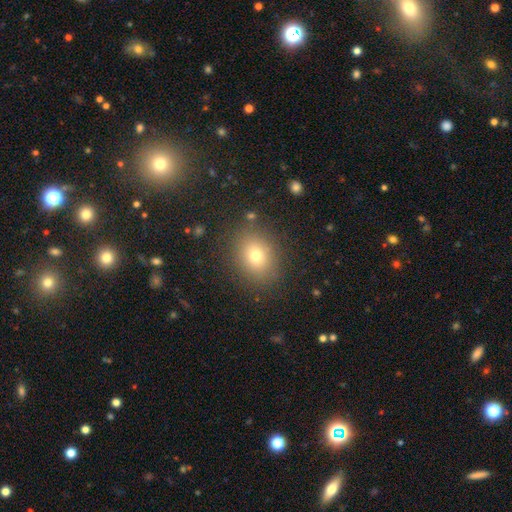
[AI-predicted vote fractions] This is likely a smooth galaxy (74%). How rounded: possibly round (50%). Merging: clearly none (85%).